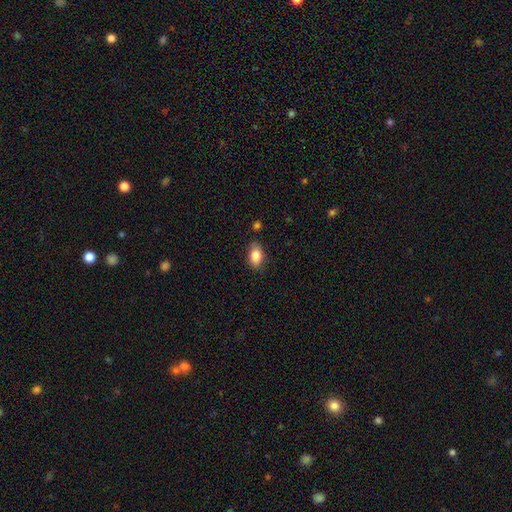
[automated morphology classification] Smooth or featured? smooth (85%)
How rounded? in between (88%)
Merging? none (81%)